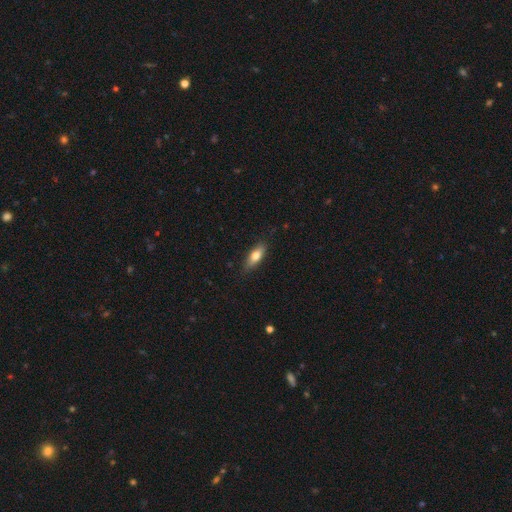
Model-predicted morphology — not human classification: Smooth or featured? Predicted: smooth (p=0.73). How rounded? Predicted: in between (p=0.64). Merging? Predicted: none (p=0.82).